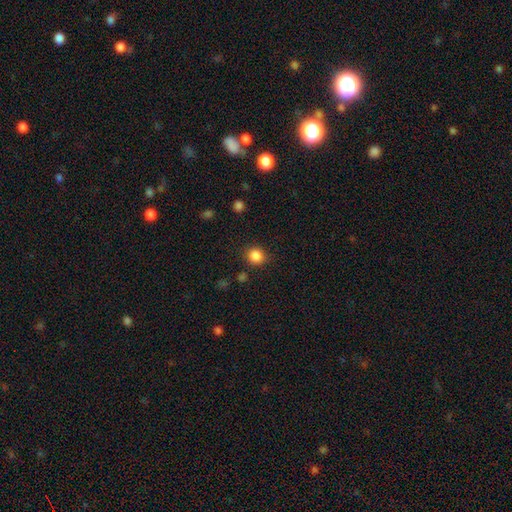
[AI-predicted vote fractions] This is clearly a smooth galaxy (85%). How rounded: likely round (78%). Merging: clearly none (85%).